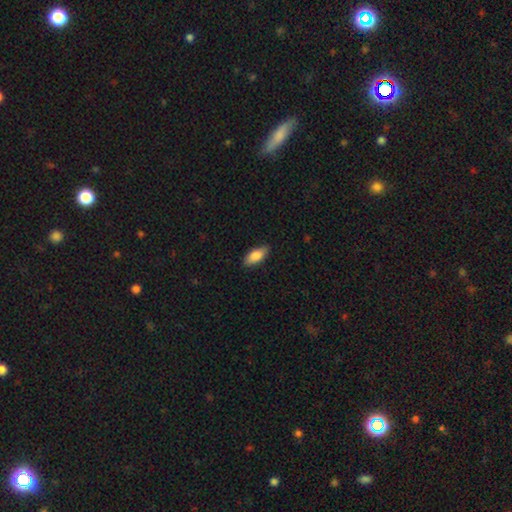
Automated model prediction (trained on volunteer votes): This appears to be a smooth galaxy with no disk features (85%) that is in between round and cigar-shaped (85%). Merging: none (86%).